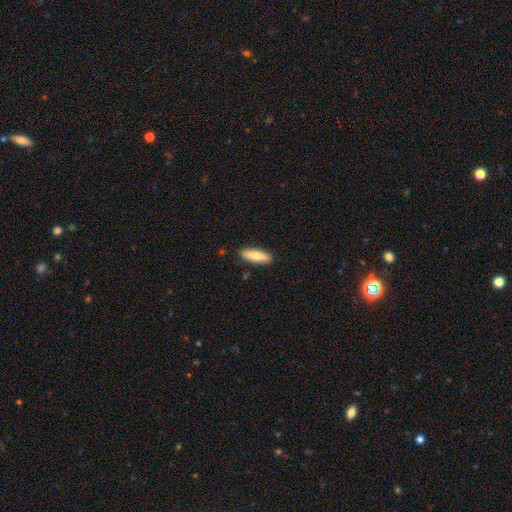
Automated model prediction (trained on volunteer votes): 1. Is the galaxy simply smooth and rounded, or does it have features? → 71% smooth, 23% featured or disk, 6% star or artifact.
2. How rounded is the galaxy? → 51% cigar-shaped, 47% in between, 2% round.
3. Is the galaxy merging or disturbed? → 88% none, 9% minor disturbance, 2% major disturbance, 1% merger.